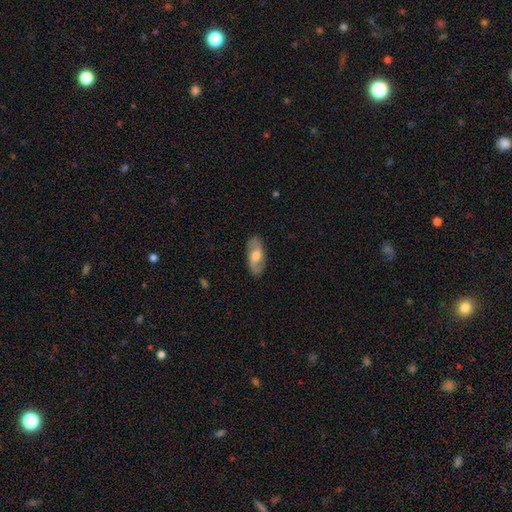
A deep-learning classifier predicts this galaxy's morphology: A featured or disk galaxy (57%) with no bar (49%), spiral arms (81%) and a moderate central bulge (58%).

Vote fractions:
- Smooth or featured? featured or disk: 57% / smooth: 38% / star or artifact: 6%
- Edge-on disk? no: 90% / yes: 10%
- Bar? no: 49% / weak: 41% / strong: 11%
- Spiral arms? yes: 81% / no: 19%
- Bulge size? moderate: 58% / large: 25% / small: 11% / none: 3% / dominant: 2%
- Merging? none: 85% / minor disturbance: 11% / major disturbance: 3% / merger: 1%